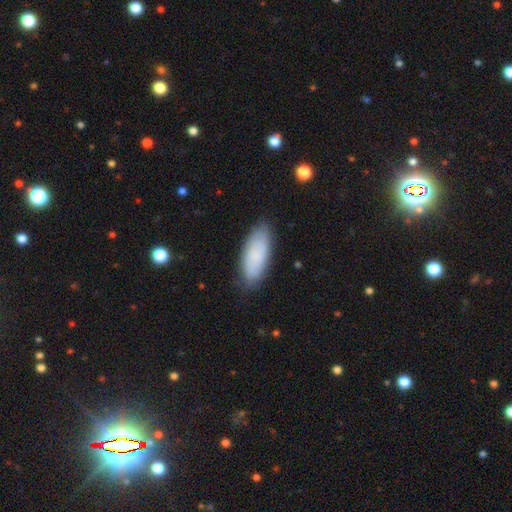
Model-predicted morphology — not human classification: Smooth or featured? smooth (79%)
How rounded? in between (80%)
Merging? none (83%)